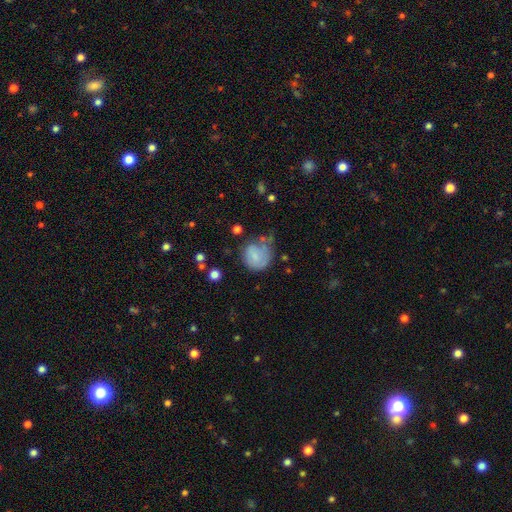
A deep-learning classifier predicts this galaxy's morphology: Smooth or featured? Predicted: smooth (p=0.73). How rounded? Predicted: round (p=0.75). Merging? Predicted: none (p=0.38).